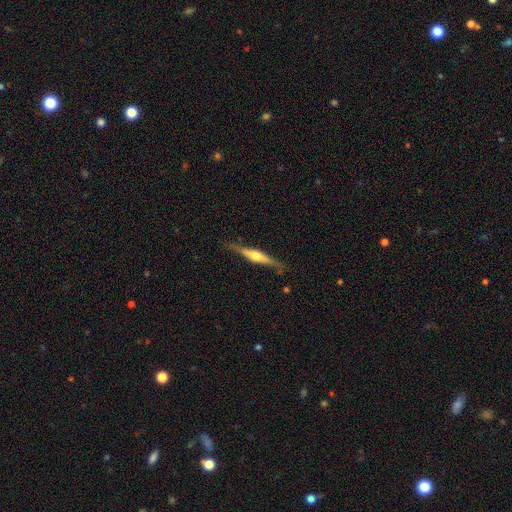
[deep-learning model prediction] Overall: featured or disk (70%). Edge-on disk: yes (96%). Edge-on bulge: rounded (86%). Merging: none (81%).